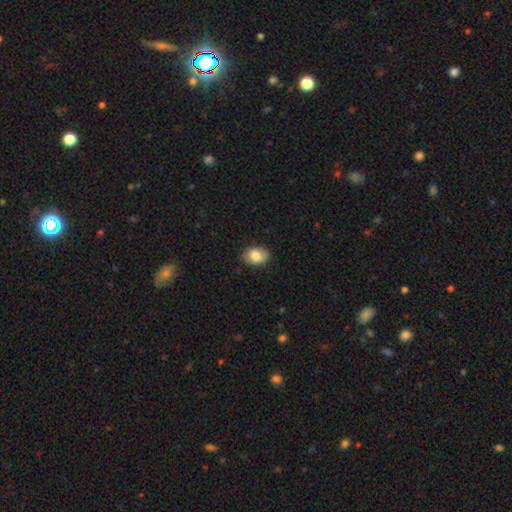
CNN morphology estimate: The model was most divided on "how rounded": in between: 80%, round: 19%, cigar-shaped: 1%. More confident: merging — none (82%); smooth or featured — smooth (80%).